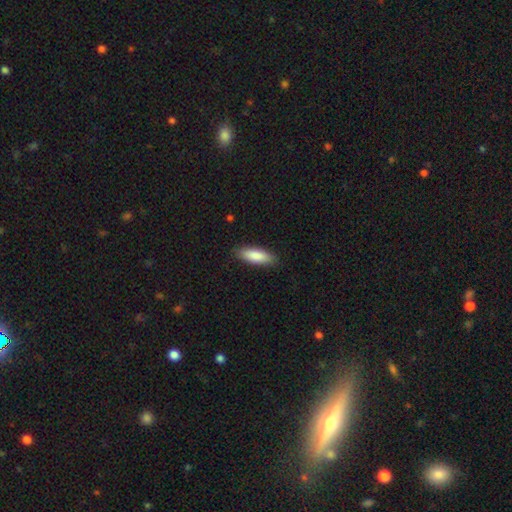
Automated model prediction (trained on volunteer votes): A smooth galaxy with no disk features (86%) that is in between round and cigar-shaped (60%).

Vote fractions:
- Smooth or featured? smooth: 86% / featured or disk: 8% / star or artifact: 5%
- How rounded? in between: 60% / cigar-shaped: 39% / round: 2%
- Merging? none: 87% / minor disturbance: 10% / major disturbance: 2% / merger: 1%